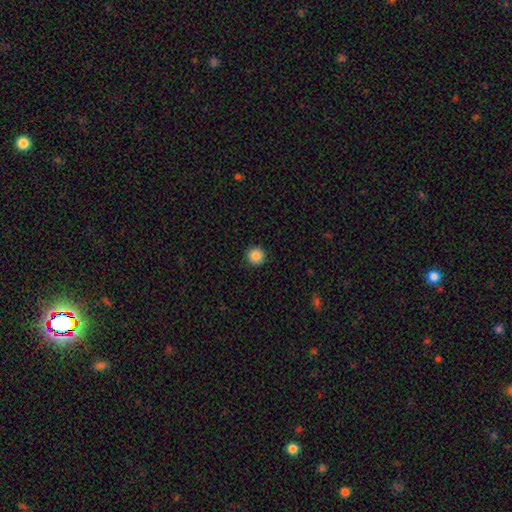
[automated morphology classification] This appears to be a smooth galaxy with no disk features (86%) that is round (95%). Merging: none (93%).